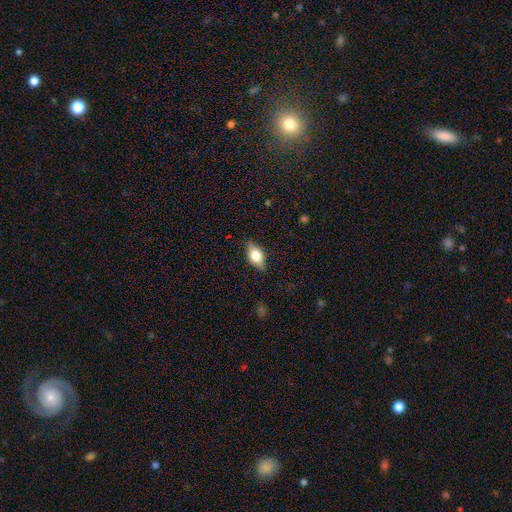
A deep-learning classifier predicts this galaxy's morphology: Smooth or featured?
  - smooth: 61% *
  - featured or disk: 31%
  - star or artifact: 8%
How rounded?
  - in between: 83% *
  - cigar-shaped: 9%
  - round: 8%
Merging?
  - none: 84% *
  - minor disturbance: 12%
  - major disturbance: 3%
  - merger: 1%